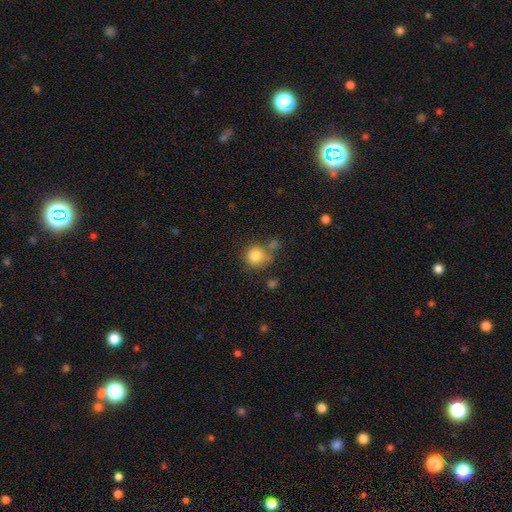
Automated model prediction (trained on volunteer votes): A smooth galaxy with no disk features (83%) that is round (88%).

Vote fractions:
- Smooth or featured? smooth: 83% / star or artifact: 10% / featured or disk: 7%
- How rounded? round: 88% / in between: 11% / cigar-shaped: 1%
- Merging? none: 58% / minor disturbance: 18% / merger: 16% / major disturbance: 7%